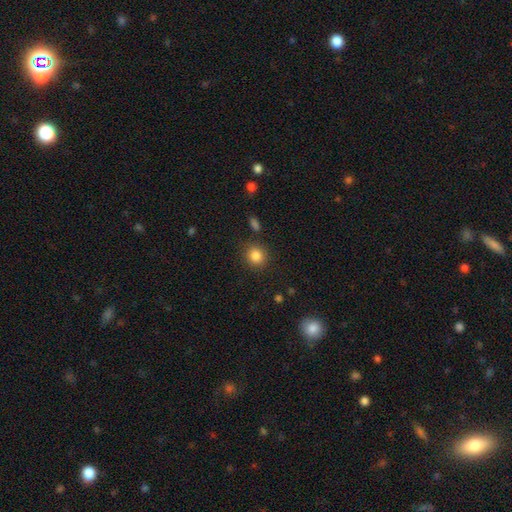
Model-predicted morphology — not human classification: smooth 85%, star or artifact 10%, featured or disk 5%. Down the decision tree: how rounded — round (84%); merging — none (87%).